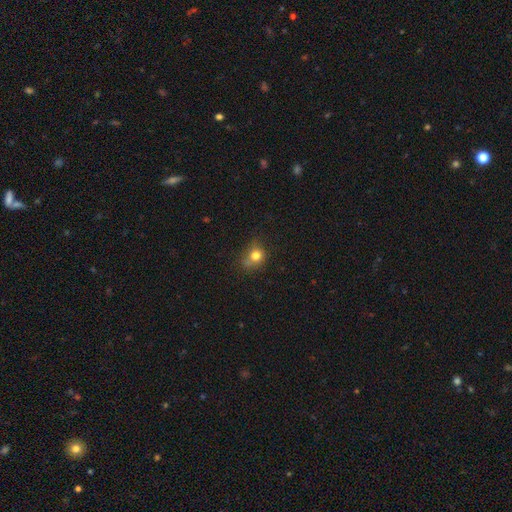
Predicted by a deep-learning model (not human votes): Smooth or featured: smooth — 76% (star or artifact — 13%)
How rounded: round — 69% (in between — 29%)
Merging: none — 51% (minor disturbance — 27%)